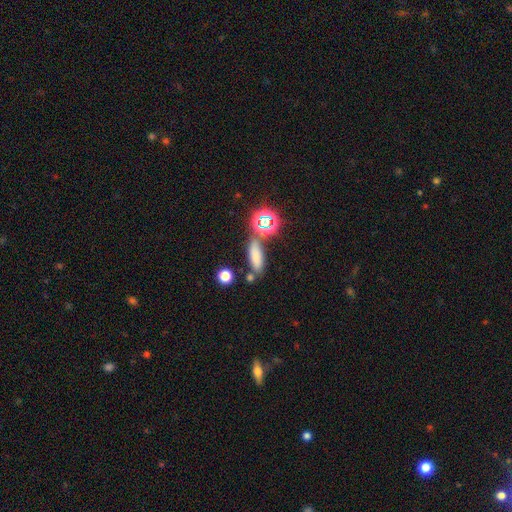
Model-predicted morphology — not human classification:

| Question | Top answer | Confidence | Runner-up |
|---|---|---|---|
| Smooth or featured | smooth | 70% | star or artifact (19%) |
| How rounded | in between | 51% | cigar-shaped (41%) |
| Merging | none | 69% | minor disturbance (13%) |